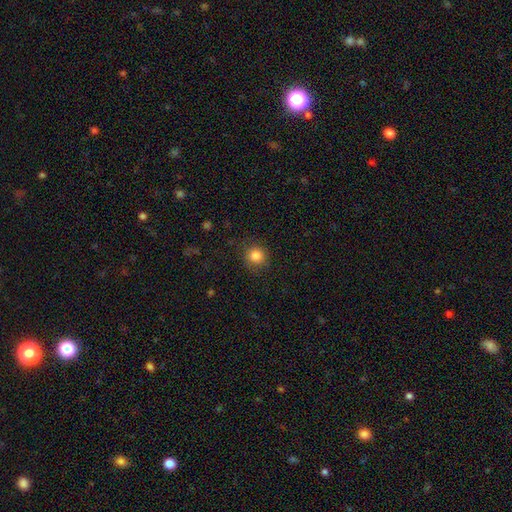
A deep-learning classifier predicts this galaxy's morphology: The model was most divided on "smooth or featured": smooth: 84%, star or artifact: 11%, featured or disk: 5%. More confident: how rounded — round (90%); merging — none (86%).